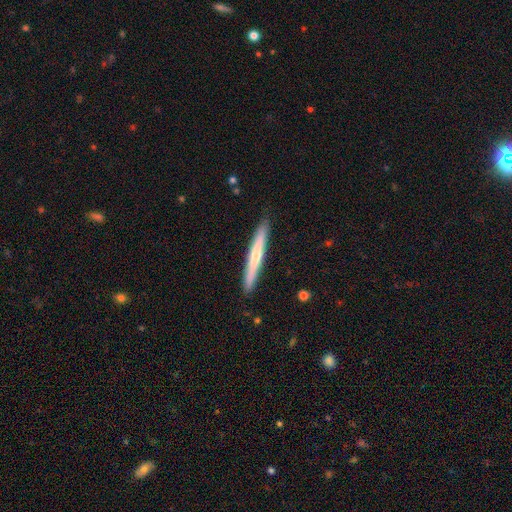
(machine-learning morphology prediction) Overall: smooth (51%; featured or disk 44%). How rounded: cigar-shaped (96%). Merging: none (90%).